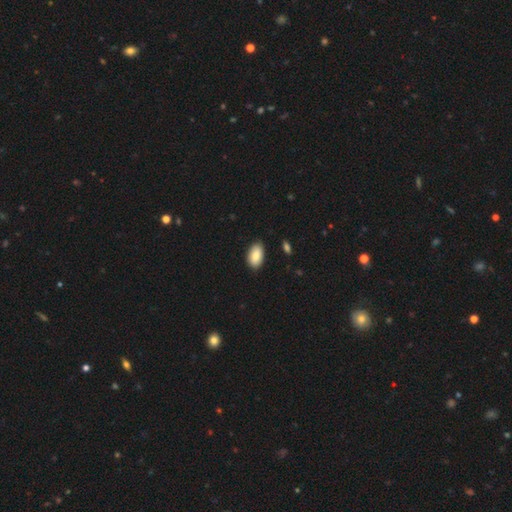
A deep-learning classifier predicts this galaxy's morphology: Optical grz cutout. It shows a smooth galaxy with no disk features (84%) that is in between round and cigar-shaped (94%). Merging: none (86%).